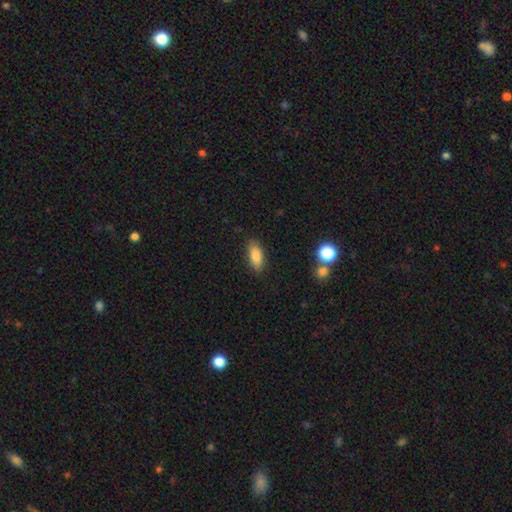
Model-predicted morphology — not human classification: type=smooth (86%); roundness=in between (83%); merging=none (84%).